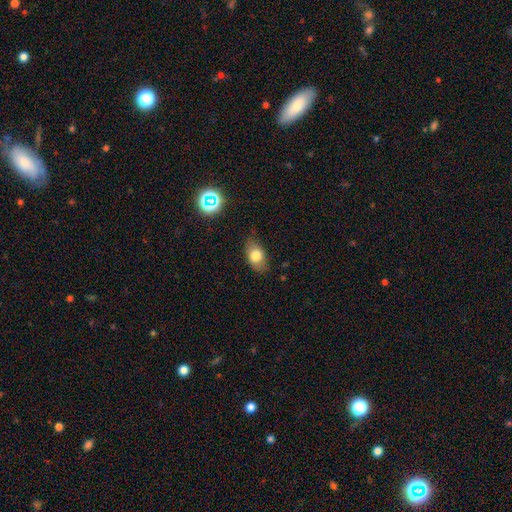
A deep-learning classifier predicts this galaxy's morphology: Smooth or featured? Predicted: smooth (p=0.75). How rounded? Predicted: in between (p=0.87). Merging? Predicted: none (p=0.77).